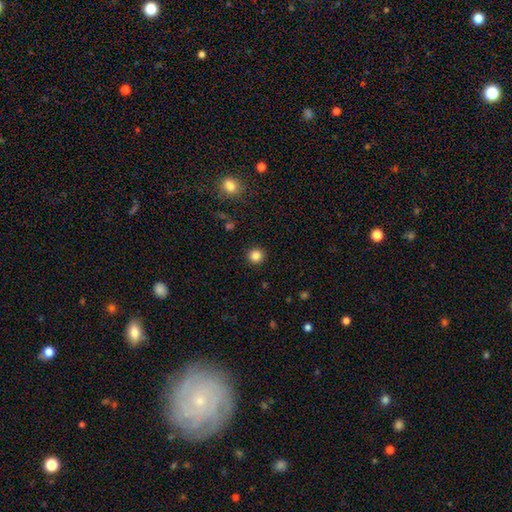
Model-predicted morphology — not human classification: A smooth galaxy with no disk features (85%) that is round (94%).

Vote fractions:
- Smooth or featured? smooth: 85% / star or artifact: 11% / featured or disk: 4%
- How rounded? round: 94% / in between: 5% / cigar-shaped: 1%
- Merging? none: 92% / minor disturbance: 5% / major disturbance: 2% / merger: 1%